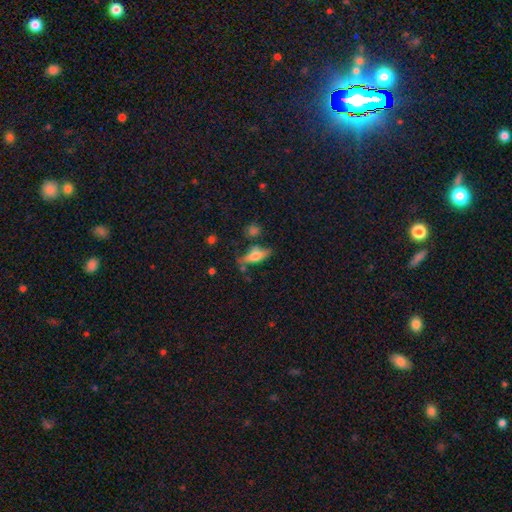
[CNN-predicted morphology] Smooth or featured? Predicted: smooth (p=0.54). How rounded? Predicted: in between (p=0.56). Merging? Predicted: none (p=0.65).